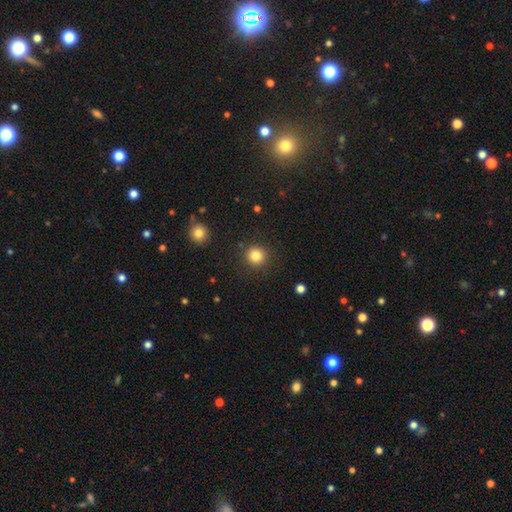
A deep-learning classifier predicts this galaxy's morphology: Smooth or featured: smooth — 84% (star or artifact — 11%)
How rounded: round — 94% (in between — 6%)
Merging: none — 89% (minor disturbance — 6%)